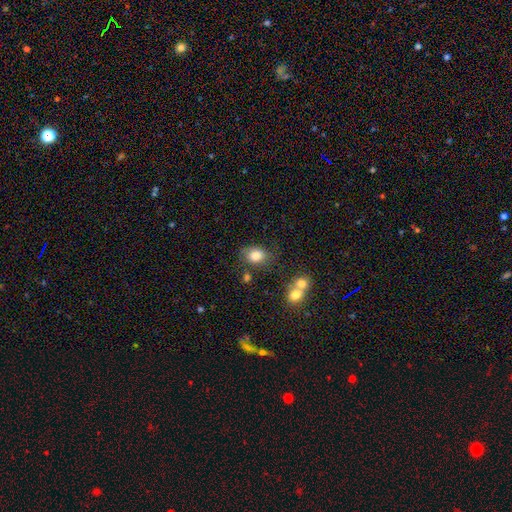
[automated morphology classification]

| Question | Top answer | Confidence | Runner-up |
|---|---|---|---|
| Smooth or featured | smooth | 83% | star or artifact (9%) |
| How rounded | in between | 63% | round (36%) |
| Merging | none | 68% | minor disturbance (19%) |